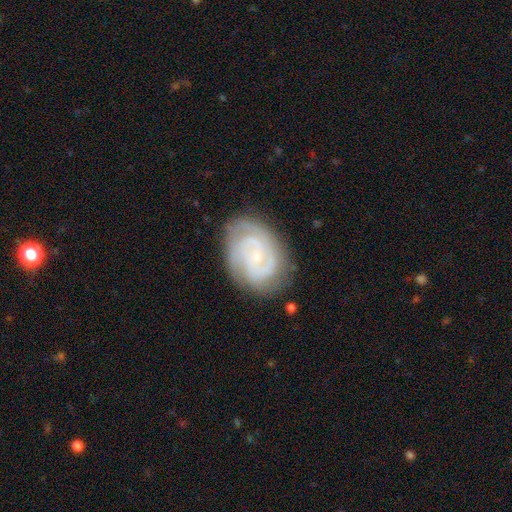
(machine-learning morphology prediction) Q: Smooth or featured?
A: featured or disk (84%); runner-up: smooth (11%)
Q: Edge-on disk?
A: no (98%); runner-up: yes (2%)
Q: Bar?
A: no (64%); runner-up: weak (30%)
Q: Spiral arms?
A: yes (96%); runner-up: no (4%)
Q: Spiral winding?
A: tight (61%); runner-up: medium (33%)
Q: Spiral arm count?
A: 2 (44%); runner-up: 3 (23%)
Q: Bulge size?
A: small (78%); runner-up: moderate (17%)
Q: Merging?
A: none (77%); runner-up: minor disturbance (17%)